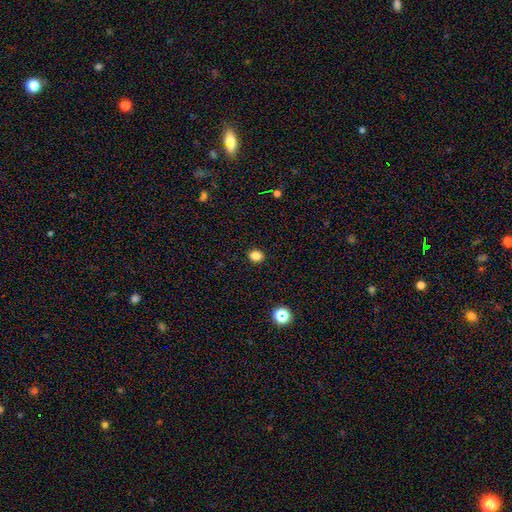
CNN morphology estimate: This appears to be a smooth galaxy with no disk features (83%) that is round (64%). Merging: none (91%).